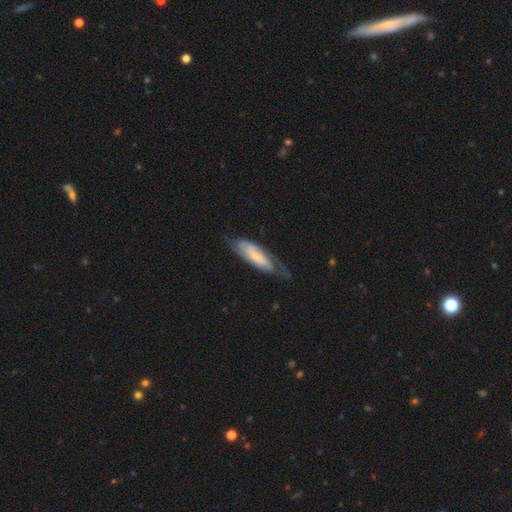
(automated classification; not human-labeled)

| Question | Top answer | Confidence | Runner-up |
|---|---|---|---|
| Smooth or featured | featured or disk | 57% | smooth (37%) |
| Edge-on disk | no | 80% | yes (20%) |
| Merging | none | 48% | minor disturbance (30%) |